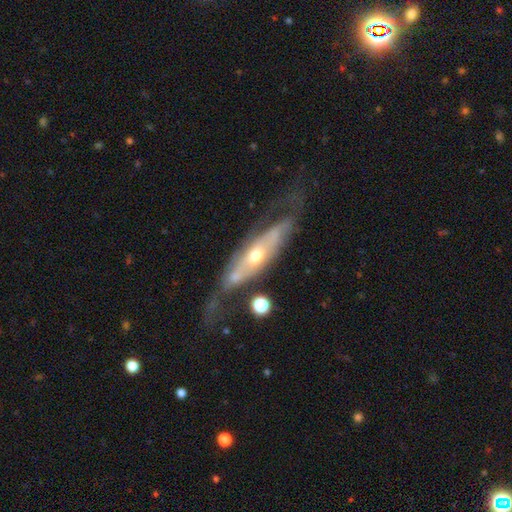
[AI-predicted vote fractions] Smooth or featured?
  - featured or disk: 76% *
  - smooth: 18%
  - star or artifact: 6%
Edge-on disk?
  - no: 65% *
  - yes: 35%
Merging?
  - none: 54% *
  - minor disturbance: 21%
  - major disturbance: 20%
  - merger: 6%